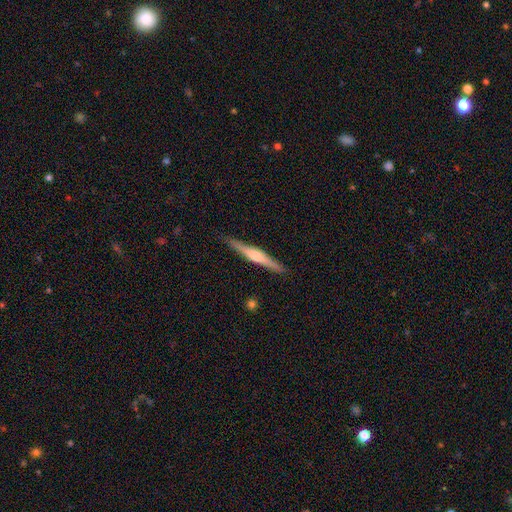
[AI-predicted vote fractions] Morphology: type=featured or disk (67%); edge-on=yes (98%); edge-on bulge=rounded (69%); merging=none (90%).